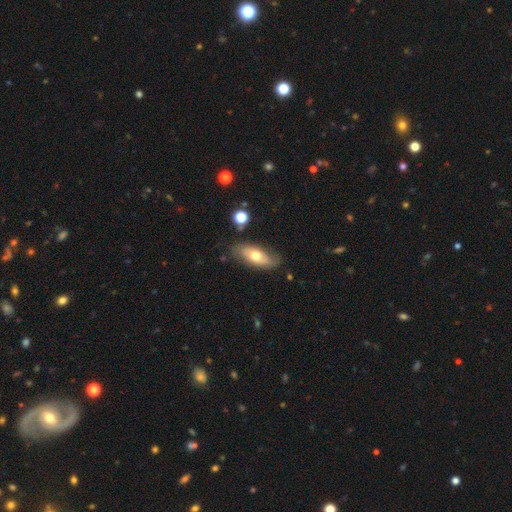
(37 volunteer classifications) smooth 57%, featured or disk 38%, star or artifact 5%. Down the decision tree: how rounded — in between (90%); merging — none (71%).